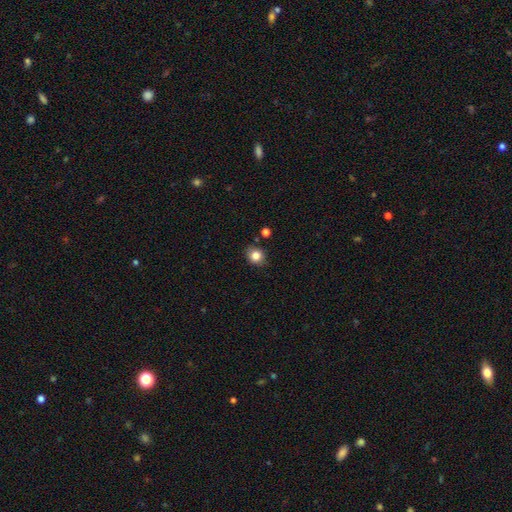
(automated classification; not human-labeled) smooth_or_featured: smooth (p=0.82) [alt: star or artifact p=0.11]
how_rounded: round (p=0.71) [alt: in between p=0.29]
merging: none (p=0.82) [alt: minor disturbance p=0.12]